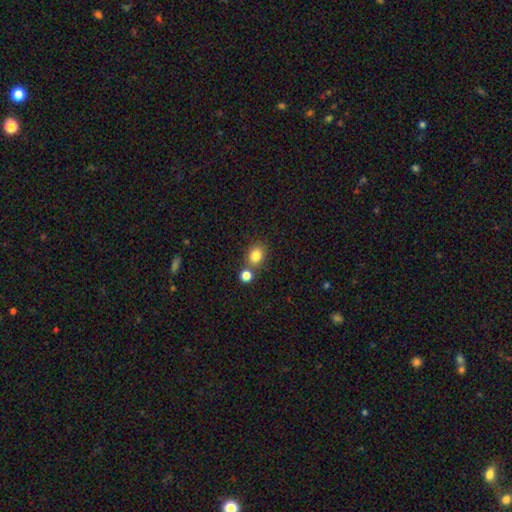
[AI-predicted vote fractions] smooth 82%, star or artifact 11%, featured or disk 7%. Down the decision tree: how rounded — round (59%); merging — none (65%).